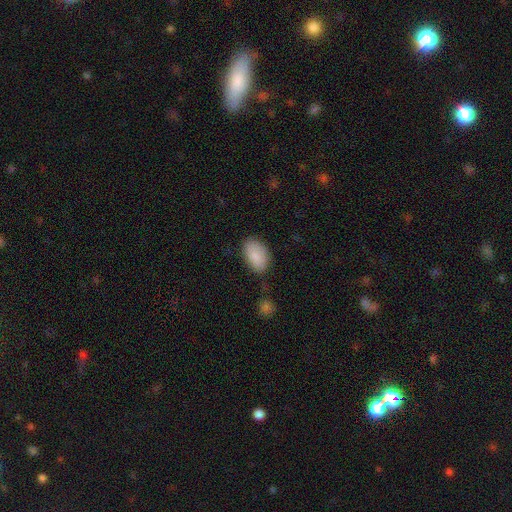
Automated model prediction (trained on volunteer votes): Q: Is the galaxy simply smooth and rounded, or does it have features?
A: smooth — 85%.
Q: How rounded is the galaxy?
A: in between — 93%.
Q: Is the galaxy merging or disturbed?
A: none — 72%.